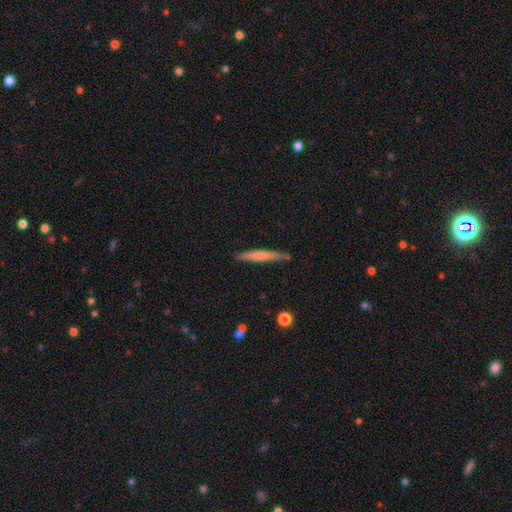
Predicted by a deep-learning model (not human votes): The model was most divided on "smooth or featured": smooth: 56%, featured or disk: 37%, star or artifact: 6%. More confident: how rounded — cigar-shaped (96%); merging — none (88%).